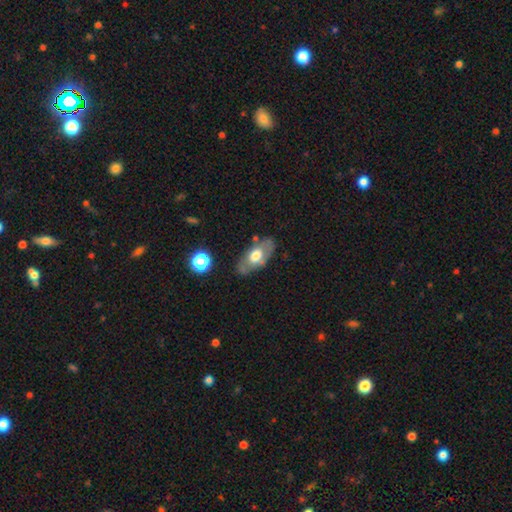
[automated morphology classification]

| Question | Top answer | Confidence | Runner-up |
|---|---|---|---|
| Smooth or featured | smooth | 52% | featured or disk (42%) |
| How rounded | in between | 88% | round (6%) |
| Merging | none | 72% | minor disturbance (18%) |